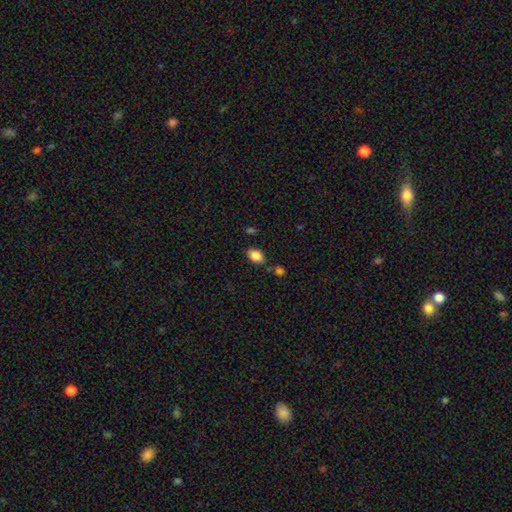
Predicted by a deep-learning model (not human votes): Morphology: type=smooth (87%); roundness=in between (86%); merging=none (75%).